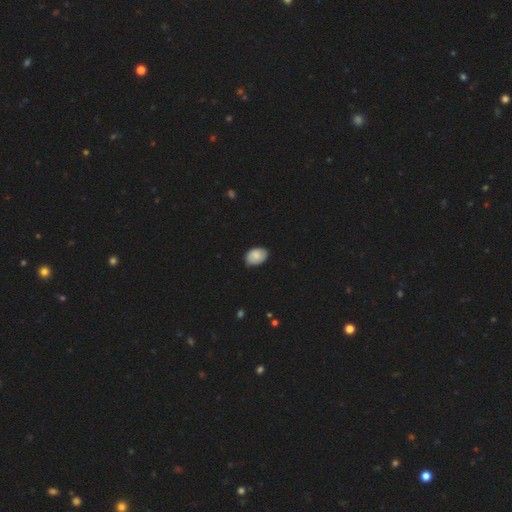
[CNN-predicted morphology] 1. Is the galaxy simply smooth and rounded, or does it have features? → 84% smooth, 9% featured or disk, 7% star or artifact.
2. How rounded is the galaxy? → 84% in between, 15% round, 1% cigar-shaped.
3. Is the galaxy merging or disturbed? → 82% none, 15% minor disturbance, 2% major disturbance, 1% merger.